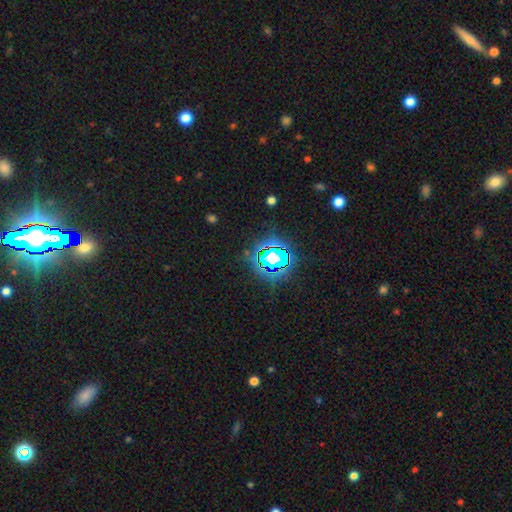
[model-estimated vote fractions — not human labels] A star or artifact, not a galaxy (82%).